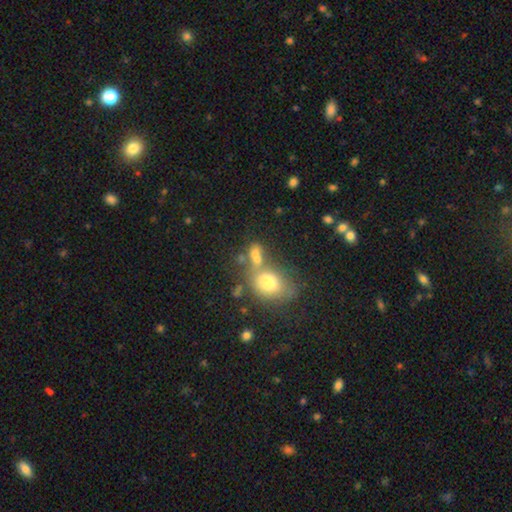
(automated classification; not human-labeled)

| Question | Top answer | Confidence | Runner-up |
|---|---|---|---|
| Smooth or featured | smooth | 65% | featured or disk (19%) |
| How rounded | in between | 71% | round (25%) |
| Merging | merger | 54% | none (27%) |